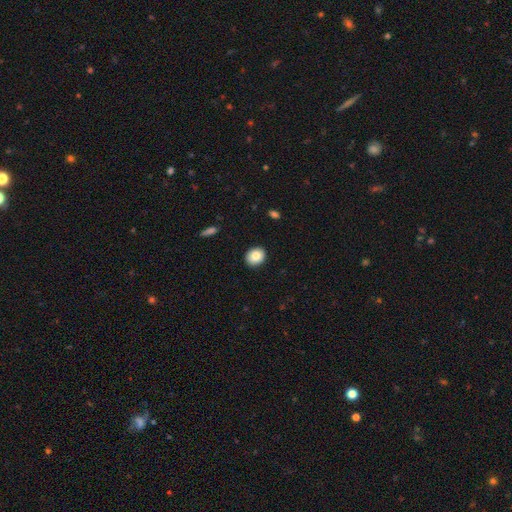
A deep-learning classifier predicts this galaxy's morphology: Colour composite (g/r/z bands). It shows a smooth galaxy with no disk features (83%) that is round (69%). Merging: none (91%).